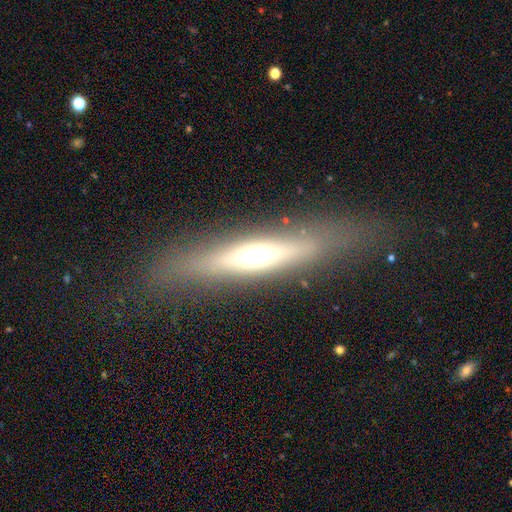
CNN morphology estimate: This is possibly a featured or disk galaxy (53%). It is clearly viewed edge-on (85%). Merging: clearly none (82%).